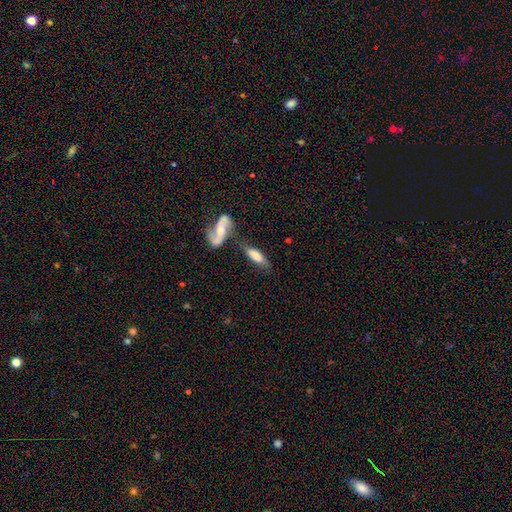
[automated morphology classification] Smooth or featured?
  - smooth: 58% *
  - featured or disk: 35%
  - star or artifact: 7%
How rounded?
  - in between: 56% *
  - cigar-shaped: 41%
  - round: 3%
Merging?
  - none: 38% *
  - merger: 36%
  - minor disturbance: 17%
  - major disturbance: 9%